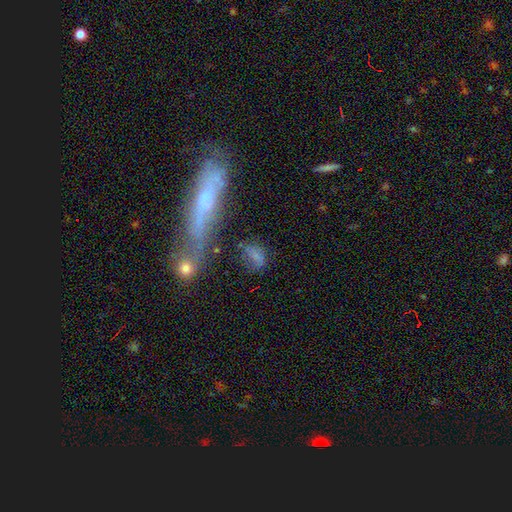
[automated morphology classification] Smooth or featured? Predicted: smooth (p=0.62). How rounded? Predicted: in between (p=0.72). Merging? Predicted: none (p=0.56).